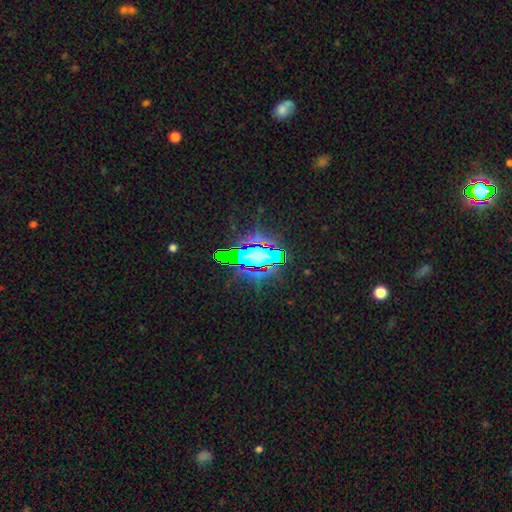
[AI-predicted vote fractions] star or artifact 59%, featured or disk 21%, smooth 21%.